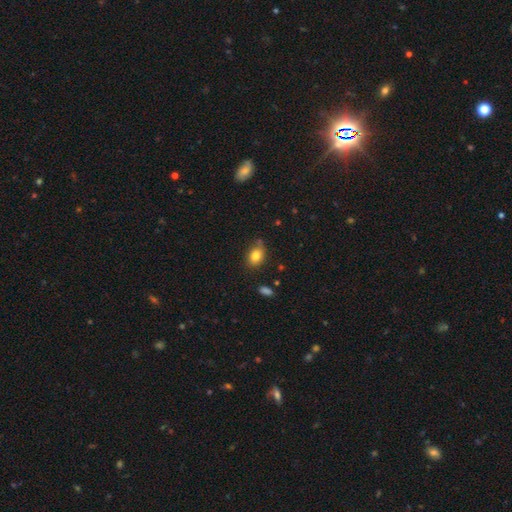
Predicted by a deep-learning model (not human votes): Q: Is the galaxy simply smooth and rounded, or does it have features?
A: smooth — 82%.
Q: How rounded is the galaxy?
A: in between — 71%.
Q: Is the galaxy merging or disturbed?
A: none — 72%.